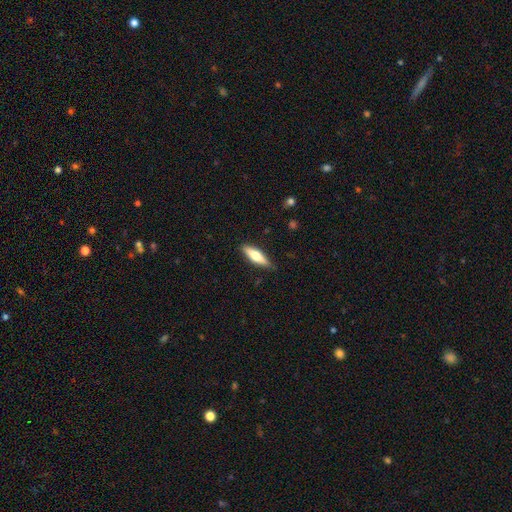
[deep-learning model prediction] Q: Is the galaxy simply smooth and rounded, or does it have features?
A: smooth — 60%.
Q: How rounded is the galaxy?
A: cigar-shaped — 57%.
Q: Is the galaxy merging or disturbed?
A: none — 85%.